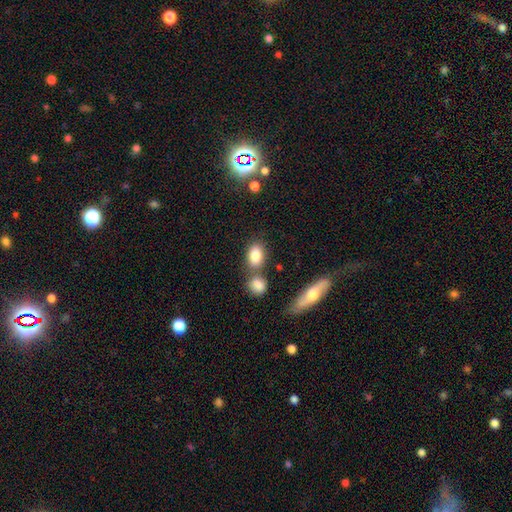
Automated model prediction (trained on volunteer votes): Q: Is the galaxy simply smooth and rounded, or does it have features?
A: smooth — 83%.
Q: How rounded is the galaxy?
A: in between — 82%.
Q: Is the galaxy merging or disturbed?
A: none — 56%.